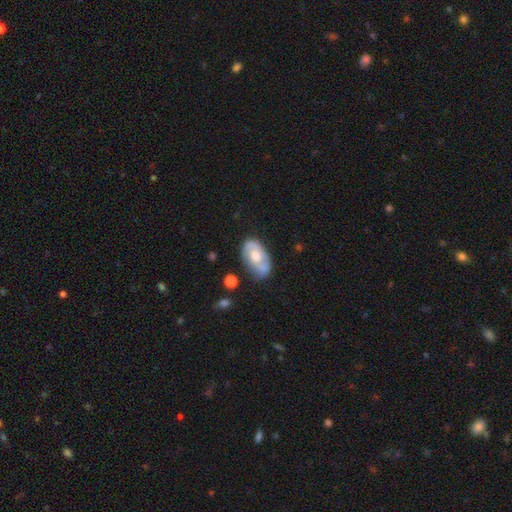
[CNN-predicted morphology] Smooth or featured: featured or disk — 65% (smooth — 30%)
Edge-on disk: no — 95% (yes — 5%)
Bar: no — 66% (weak — 29%)
Spiral arms: yes — 79% (no — 21%)
Bulge size: moderate — 64% (small — 17%)
Merging: none — 64% (minor disturbance — 24%)